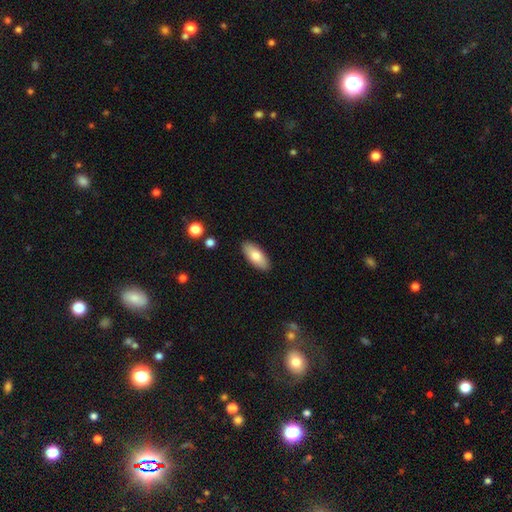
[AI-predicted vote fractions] smooth_or_featured: smooth (p=0.77) [alt: featured or disk p=0.17]
how_rounded: in between (p=0.85) [alt: cigar-shaped p=0.13]
merging: none (p=0.89) [alt: minor disturbance p=0.08]